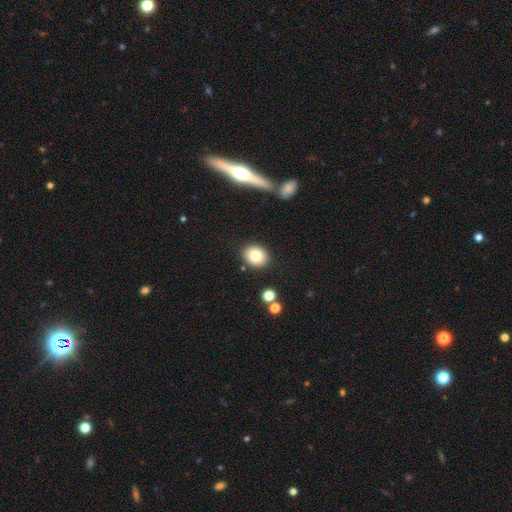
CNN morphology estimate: Smooth or featured: smooth — 79% (star or artifact — 10%)
How rounded: round — 61% (in between — 38%)
Merging: none — 87% (minor disturbance — 8%)